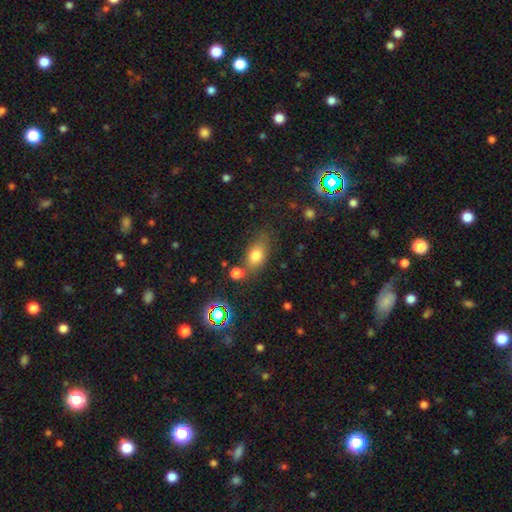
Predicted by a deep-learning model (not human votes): This is likely a smooth galaxy (75%). How rounded: likely in between (75%). Merging: likely none (65%).